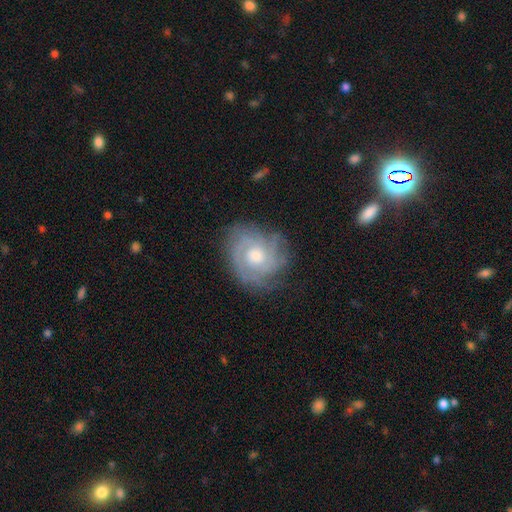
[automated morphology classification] type=featured or disk (82%); edge-on=no (97%); bar=no (75%); spiral arms=yes (94%); winding=tight (67%); arm count=can't tell (31%); bulge=moderate (68%); merging=none (75%).